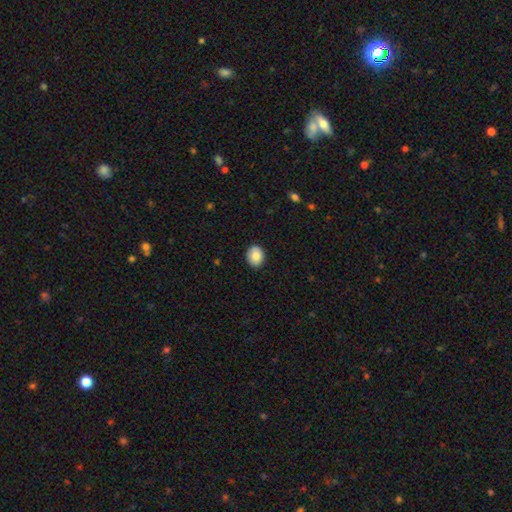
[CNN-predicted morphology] Overall: smooth (83%). How rounded: round (65%; in between 34%). Merging: none (90%).